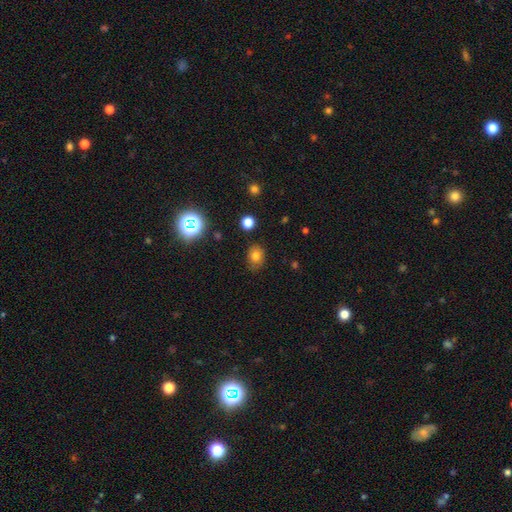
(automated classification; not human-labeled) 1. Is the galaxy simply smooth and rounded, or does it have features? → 75% smooth, 16% star or artifact, 9% featured or disk.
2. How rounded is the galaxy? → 57% in between, 42% round, 1% cigar-shaped.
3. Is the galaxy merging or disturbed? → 81% none, 14% minor disturbance, 3% major disturbance, 2% merger.